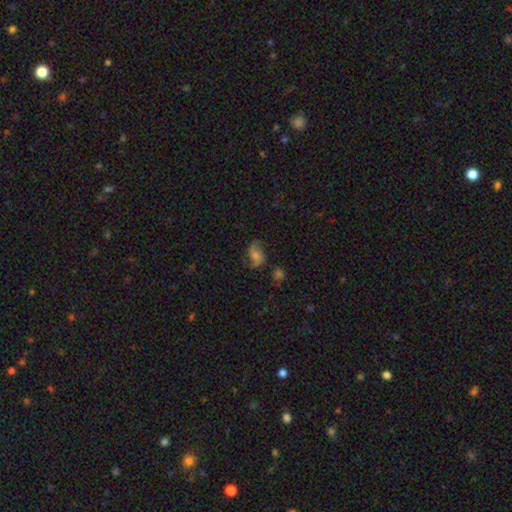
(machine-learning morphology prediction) featured or disk 57%, smooth 29%, star or artifact 14%. Down the decision tree: edge-on disk — no (96%); bar — no (60%); spiral arms — yes (88%); bulge size — moderate (54%); merging — none (68%).